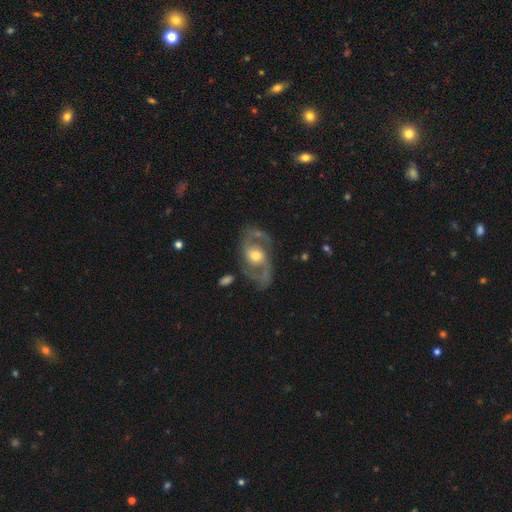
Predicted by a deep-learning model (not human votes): Smooth or featured: featured or disk — 86% (smooth — 9%)
Edge-on disk: no — 96% (yes — 4%)
Bar: no — 55% (weak — 33%)
Spiral arms: yes — 91% (no — 9%)
Spiral winding: medium — 54% (loose — 28%)
Spiral arm count: 2 — 90% (can't tell — 4%)
Bulge size: moderate — 67% (small — 22%)
Merging: none — 72% (minor disturbance — 15%)